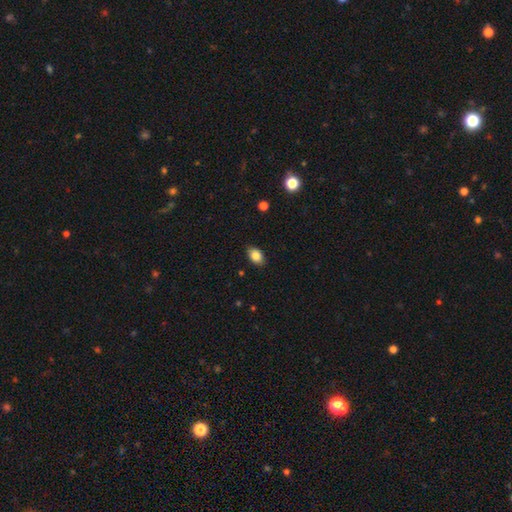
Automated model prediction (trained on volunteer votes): smooth-or-featured: smooth: 84% | star or artifact: 8% | featured or disk: 7%
  how-rounded: in between: 86% | round: 13% | cigar-shaped: 1%
  merging: none: 86% | minor disturbance: 11% | major disturbance: 2% | merger: 1%